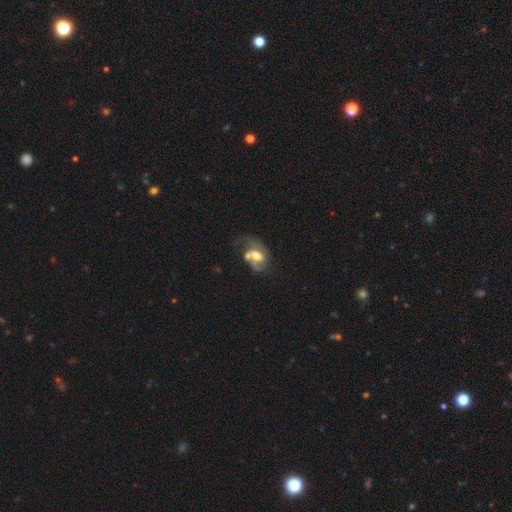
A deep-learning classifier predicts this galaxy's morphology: This is likely a featured or disk galaxy (62%). It is clearly not viewed edge-on (96%). Bar: possibly no (47%). Spiral arm pattern: likely yes (76%). Central bulge: possibly moderate (55%). Merging: marginally merger (34%).